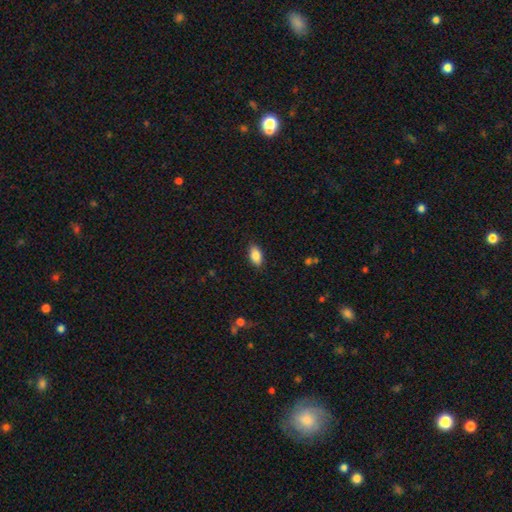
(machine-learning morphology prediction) Smooth or featured? smooth (86%)
How rounded? in between (92%)
Merging? none (86%)